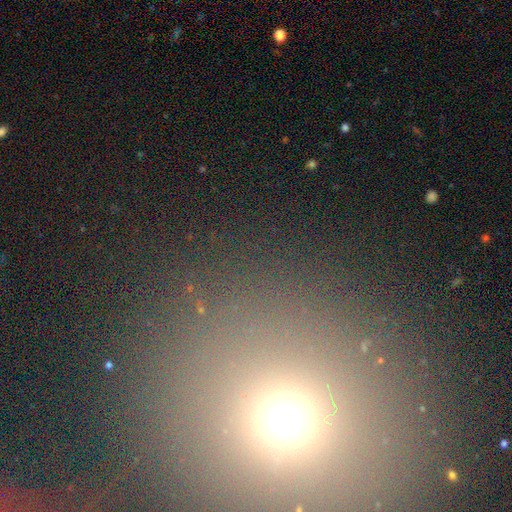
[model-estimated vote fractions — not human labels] Q: Smooth or featured?
A: star or artifact (61%); runner-up: smooth (28%)